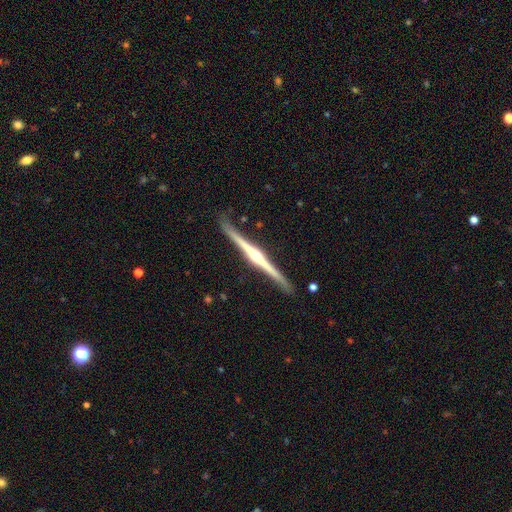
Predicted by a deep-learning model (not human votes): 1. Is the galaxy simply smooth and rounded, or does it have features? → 87% featured or disk, 8% smooth, 4% star or artifact.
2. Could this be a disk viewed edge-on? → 99% yes, 1% no.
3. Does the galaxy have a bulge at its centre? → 91% rounded, 5% none, 4% boxy.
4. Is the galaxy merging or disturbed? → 89% none, 9% minor disturbance, 1% major disturbance, 1% merger.